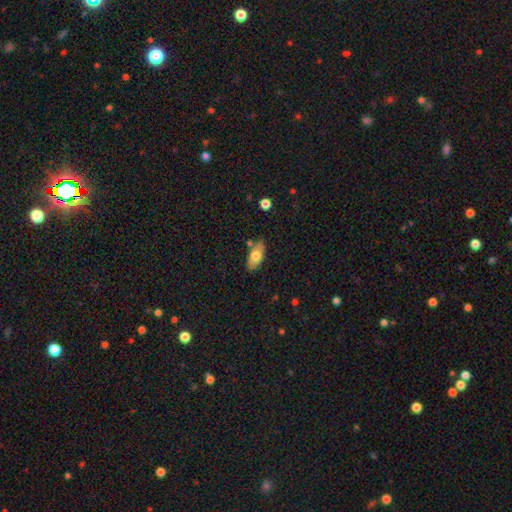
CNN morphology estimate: This appears to be a smooth galaxy with no disk features (71%) that is in between round and cigar-shaped (87%). Merging: none (78%).